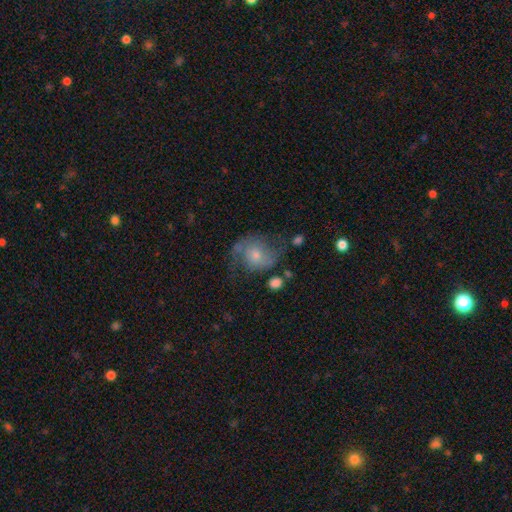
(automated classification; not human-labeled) Overall: featured or disk (66%). Edge-on disk: no (97%). Bar: no (72%). Spiral arms: yes (88%). Spiral arm count: 2 (84%). Spiral winding: medium (44%; loose 41%). Bulge size: small (53%; moderate 38%). Merging: none (57%; minor disturbance 22%).